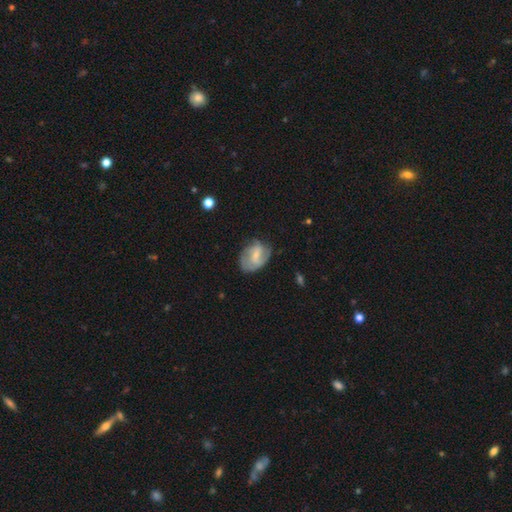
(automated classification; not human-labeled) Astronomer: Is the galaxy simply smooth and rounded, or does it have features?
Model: featured or disk — 55% (runner-up: smooth, 38%).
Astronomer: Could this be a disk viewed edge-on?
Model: no — 97%.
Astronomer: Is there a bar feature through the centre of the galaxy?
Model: weak — 50% (runner-up: no, 36%).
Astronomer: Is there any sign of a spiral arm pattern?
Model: yes — 78%.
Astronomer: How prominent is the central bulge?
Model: small — 51% (runner-up: moderate, 31%).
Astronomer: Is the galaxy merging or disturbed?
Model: none — 57%.